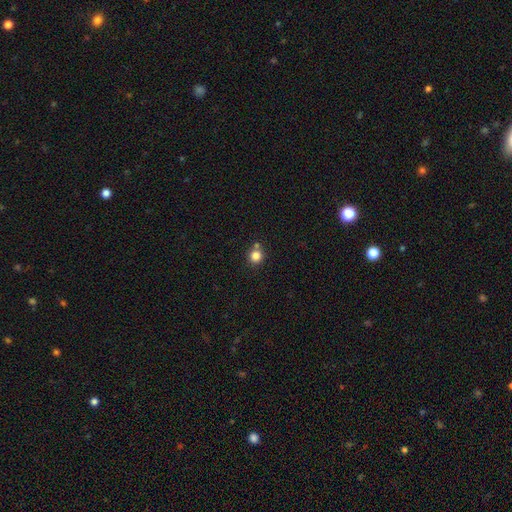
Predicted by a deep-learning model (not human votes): smooth 82%, star or artifact 12%, featured or disk 6%. Down the decision tree: how rounded — round (91%); merging — none (71%).